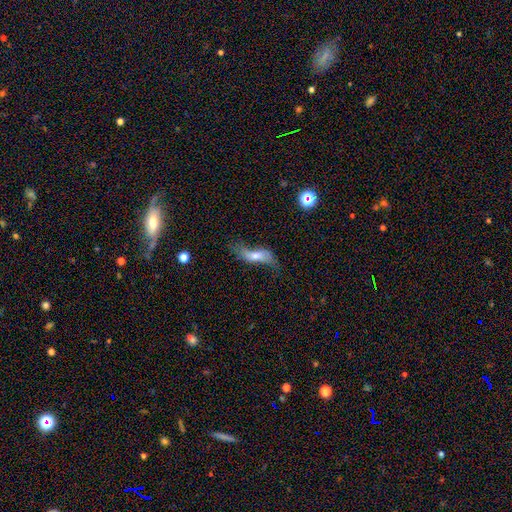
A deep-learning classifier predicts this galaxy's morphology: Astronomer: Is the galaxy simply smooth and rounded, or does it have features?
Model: featured or disk — 57% (runner-up: smooth, 34%).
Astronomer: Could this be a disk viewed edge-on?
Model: no — 75%.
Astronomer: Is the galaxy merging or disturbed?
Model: none — 48% (runner-up: minor disturbance, 25%).